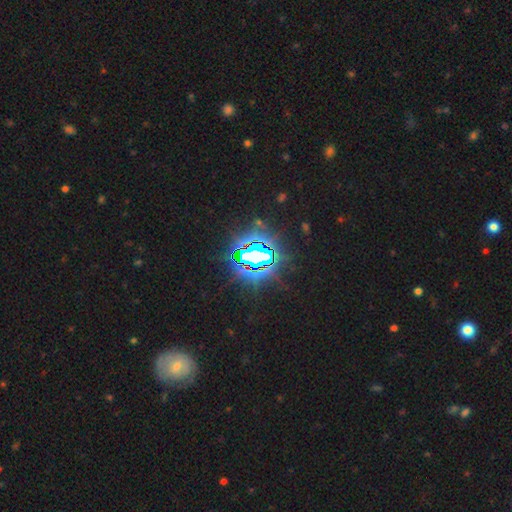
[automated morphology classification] star or artifact 82%, featured or disk 9%, smooth 9%.